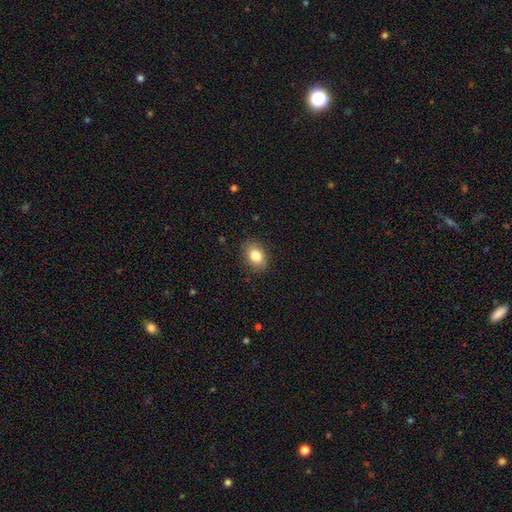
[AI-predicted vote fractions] This is clearly a smooth galaxy (83%). How rounded: likely in between (80%). Merging: clearly none (86%).